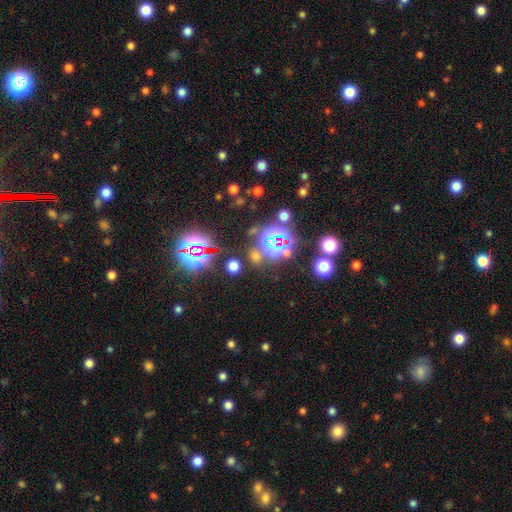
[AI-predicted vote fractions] The model was most divided on "smooth or featured": star or artifact: 53%, smooth: 40%, featured or disk: 7%.